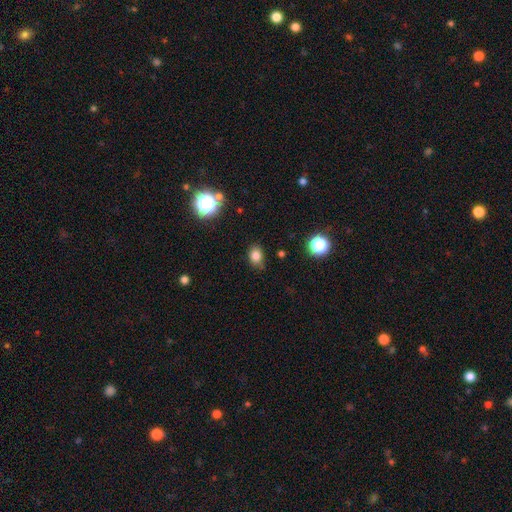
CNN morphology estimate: smooth-or-featured: smooth: 80% | star or artifact: 14% | featured or disk: 6%
  how-rounded: in between: 64% | round: 35% | cigar-shaped: 1%
  merging: none: 81% | minor disturbance: 15% | major disturbance: 3% | merger: 2%